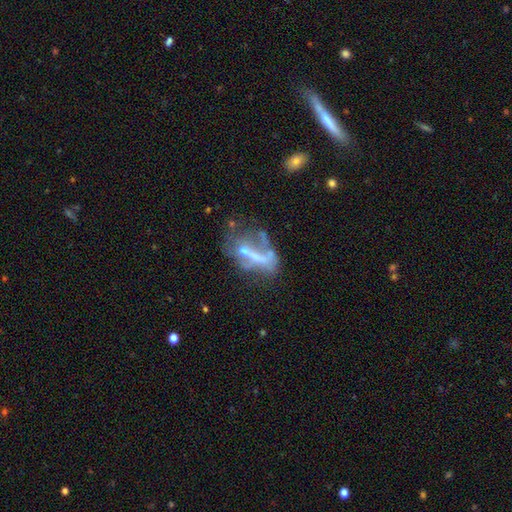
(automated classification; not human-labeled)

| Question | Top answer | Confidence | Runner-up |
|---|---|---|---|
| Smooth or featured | featured or disk | 59% | smooth (25%) |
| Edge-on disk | no | 85% | yes (15%) |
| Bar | no | 63% | weak (19%) |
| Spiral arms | no | 82% | yes (18%) |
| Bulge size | none | 48% | small (29%) |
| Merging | major disturbance | 33% | none (30%) |